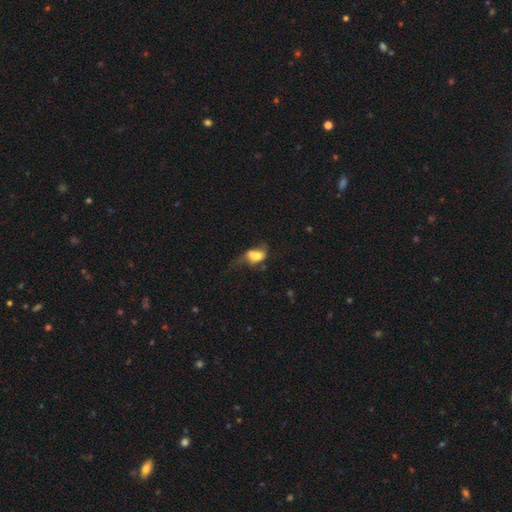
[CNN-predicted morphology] The model was most divided on "merging": merger: 39%, major disturbance: 27%, none: 18%, minor disturbance: 16%. More confident: how rounded — in between (76%); smooth or featured — smooth (59%).